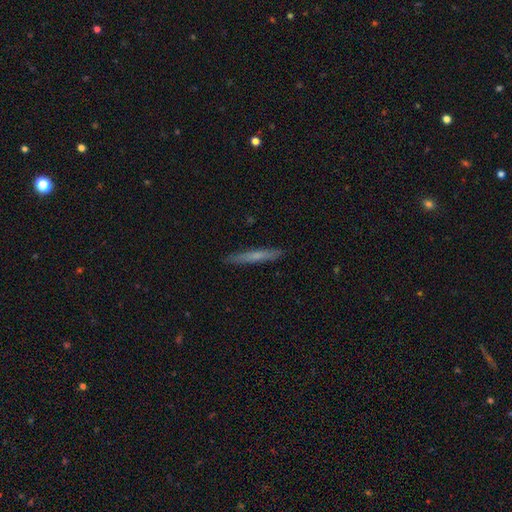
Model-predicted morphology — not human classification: smooth_or_featured: smooth (p=0.54) [alt: featured or disk p=0.39]
how_rounded: cigar-shaped (p=0.96) [alt: in between p=0.03]
merging: none (p=0.91) [alt: minor disturbance p=0.07]